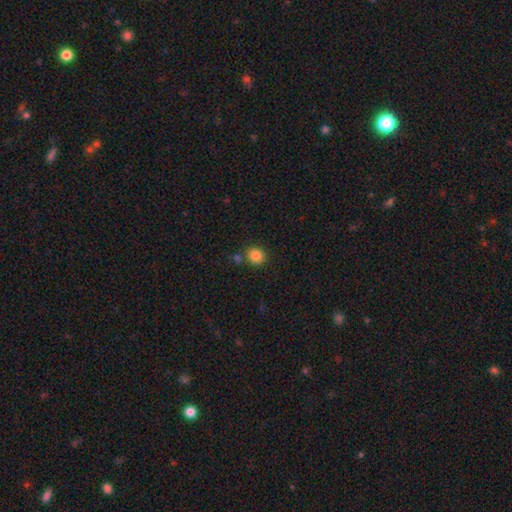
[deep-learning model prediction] Q: Smooth or featured?
A: smooth (85%); runner-up: star or artifact (11%)
Q: How rounded?
A: round (87%); runner-up: in between (13%)
Q: Merging?
A: none (79%); runner-up: merger (9%)